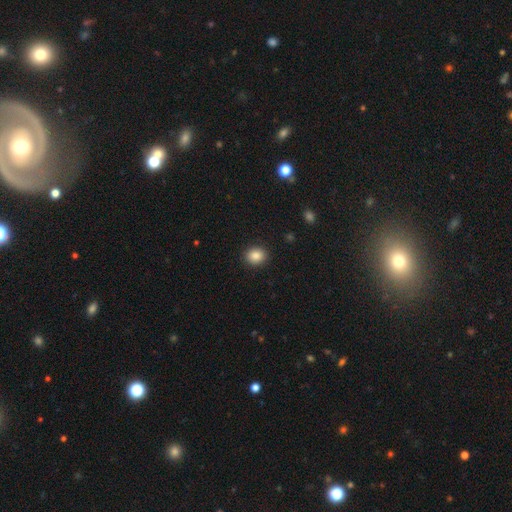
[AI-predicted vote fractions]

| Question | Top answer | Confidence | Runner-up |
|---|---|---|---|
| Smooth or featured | smooth | 87% | star or artifact (9%) |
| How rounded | round | 67% | in between (33%) |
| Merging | none | 91% | minor disturbance (6%) |